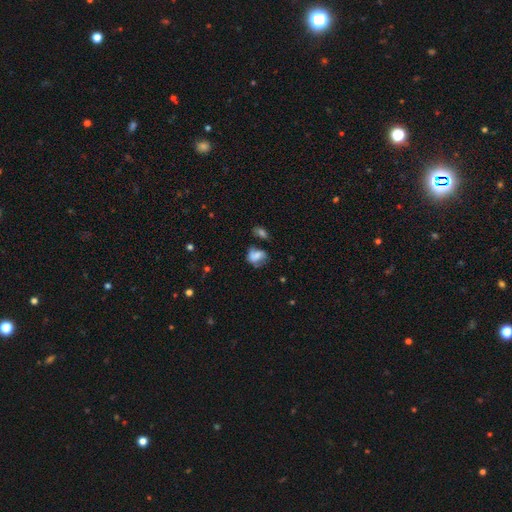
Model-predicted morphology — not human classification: Q: Smooth or featured?
A: smooth (60%); runner-up: featured or disk (28%)
Q: How rounded?
A: in between (68%); runner-up: round (30%)
Q: Merging?
A: none (37%); runner-up: minor disturbance (27%)